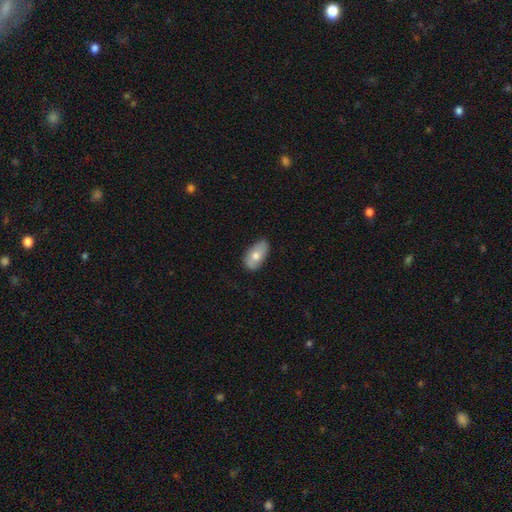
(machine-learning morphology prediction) Smooth or featured? smooth (68%)
How rounded? in between (93%)
Merging? none (73%)